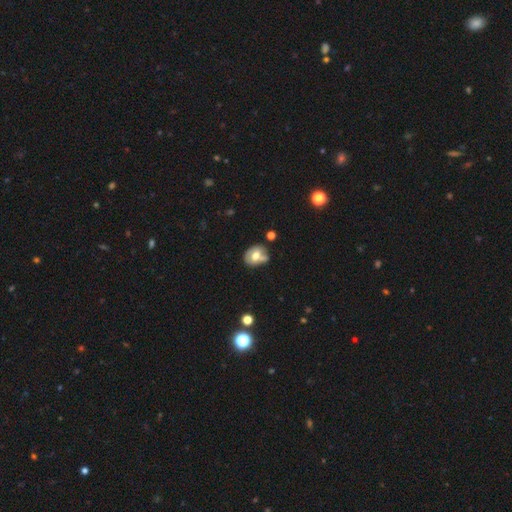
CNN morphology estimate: smooth_or_featured: smooth (p=0.54) [alt: featured or disk p=0.37]
how_rounded: in between (p=0.53) [alt: round p=0.46]
merging: none (p=0.45) [alt: minor disturbance p=0.25]